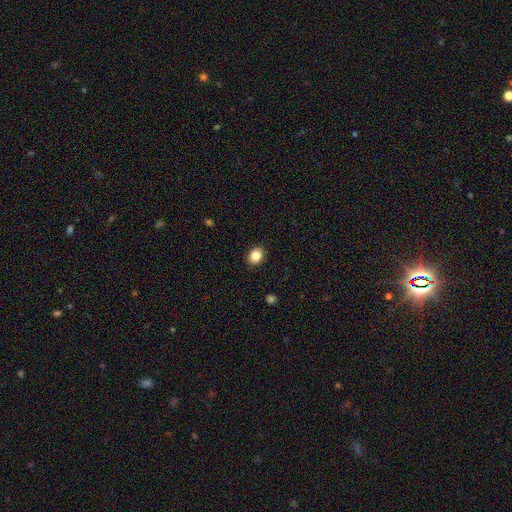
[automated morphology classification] The model was most divided on "how rounded": in between: 53%, round: 46%, cigar-shaped: 1%. More confident: merging — none (90%); smooth or featured — smooth (85%).